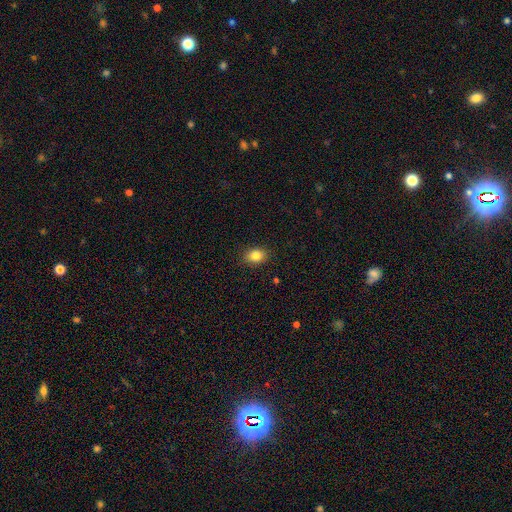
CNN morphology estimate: Smooth or featured: smooth — 84% (star or artifact — 10%)
How rounded: in between — 64% (round — 35%)
Merging: none — 89% (minor disturbance — 8%)